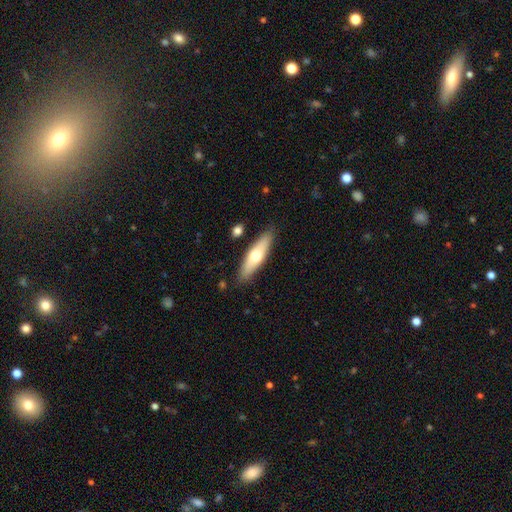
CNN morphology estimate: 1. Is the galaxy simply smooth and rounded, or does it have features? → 56% smooth, 39% featured or disk, 5% star or artifact.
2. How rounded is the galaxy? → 61% cigar-shaped, 37% in between, 2% round.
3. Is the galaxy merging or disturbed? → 86% none, 10% minor disturbance, 2% merger, 2% major disturbance.